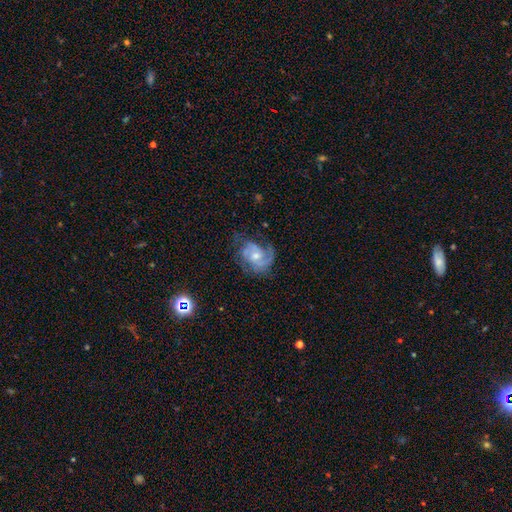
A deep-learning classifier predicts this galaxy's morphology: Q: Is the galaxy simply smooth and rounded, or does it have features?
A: featured or disk — 79%.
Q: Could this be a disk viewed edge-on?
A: no — 98%.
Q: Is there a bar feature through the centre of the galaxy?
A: no — 58%.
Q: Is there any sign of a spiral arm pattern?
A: yes — 92%.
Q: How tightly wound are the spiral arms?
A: medium — 46%.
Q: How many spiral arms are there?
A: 2 — 46%.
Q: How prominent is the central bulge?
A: moderate — 53%.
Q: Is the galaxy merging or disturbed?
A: none — 53%.